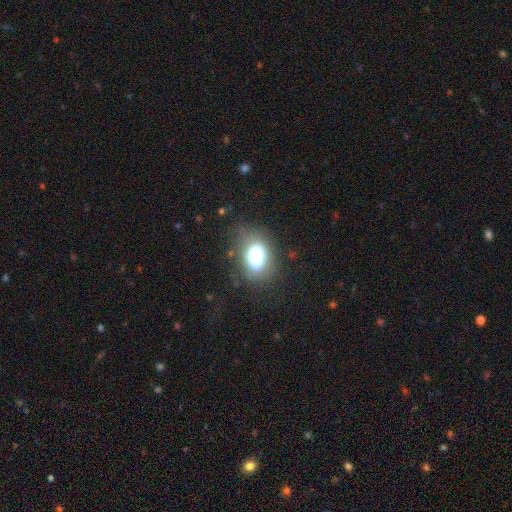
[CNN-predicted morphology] Q: Smooth or featured?
A: smooth (72%); runner-up: featured or disk (18%)
Q: How rounded?
A: in between (81%); runner-up: round (18%)
Q: Merging?
A: none (59%); runner-up: minor disturbance (24%)